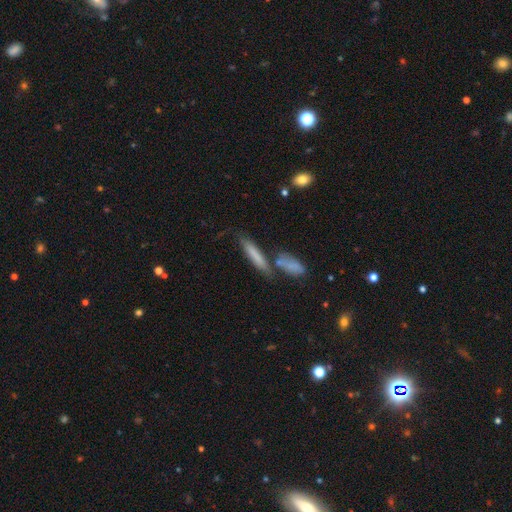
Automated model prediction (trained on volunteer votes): A smooth galaxy with no disk features (71%) that is cigar-shaped (85%).

Vote fractions:
- Smooth or featured? smooth: 71% / featured or disk: 22% / star or artifact: 7%
- How rounded? cigar-shaped: 85% / in between: 13% / round: 2%
- Merging? none: 60% / merger: 20% / minor disturbance: 14% / major disturbance: 5%